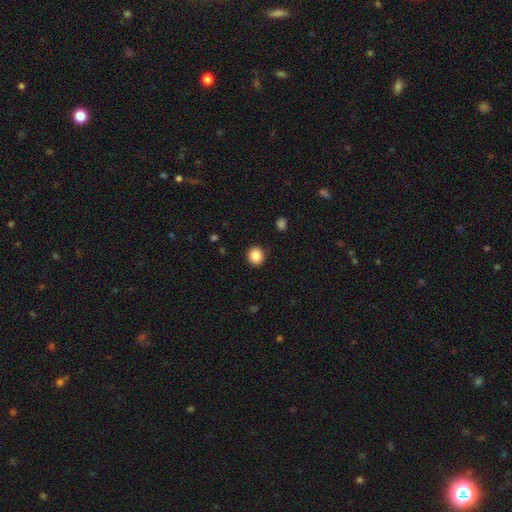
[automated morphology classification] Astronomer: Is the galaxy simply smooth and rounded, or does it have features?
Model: smooth — 86%.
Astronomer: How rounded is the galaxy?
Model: round — 88%.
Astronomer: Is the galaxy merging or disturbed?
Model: none — 90%.